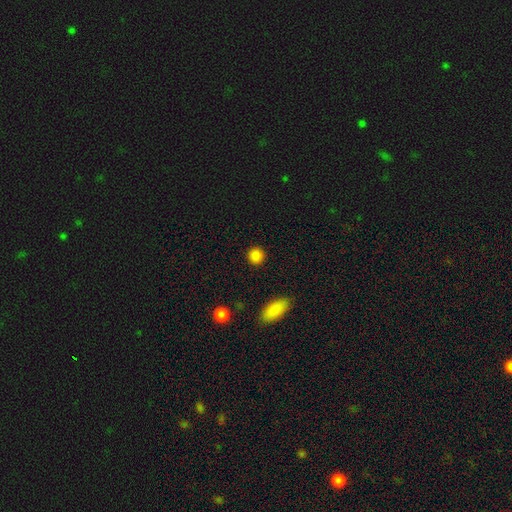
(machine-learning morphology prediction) Smooth or featured? Predicted: smooth (p=0.86). How rounded? Predicted: round (p=0.89). Merging? Predicted: none (p=0.91).